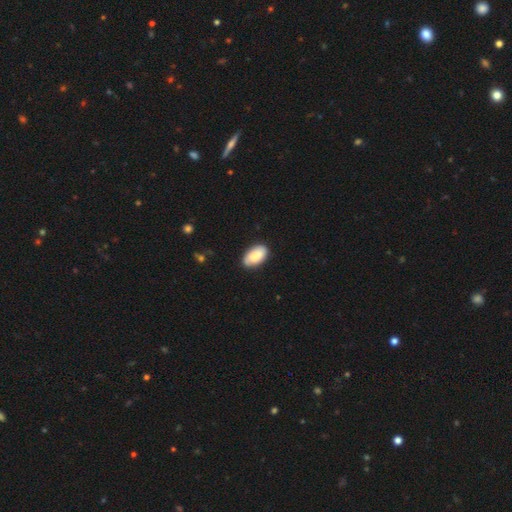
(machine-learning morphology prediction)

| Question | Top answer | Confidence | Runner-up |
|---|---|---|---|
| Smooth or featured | smooth | 79% | featured or disk (15%) |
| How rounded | in between | 95% | round (3%) |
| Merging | none | 80% | minor disturbance (16%) |